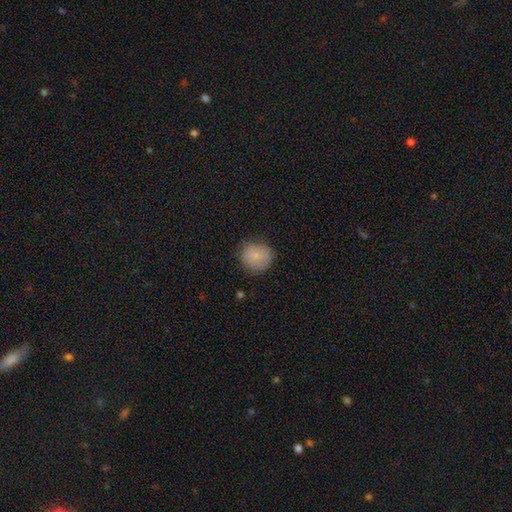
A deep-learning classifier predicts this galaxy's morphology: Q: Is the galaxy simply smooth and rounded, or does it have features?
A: smooth — 78%.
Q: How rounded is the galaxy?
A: round — 86%.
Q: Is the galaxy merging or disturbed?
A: none — 76%.